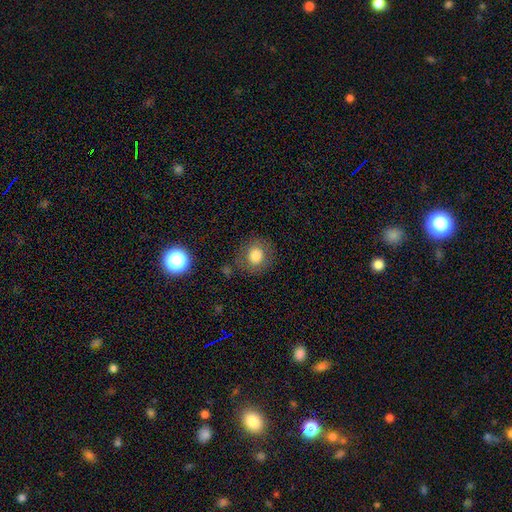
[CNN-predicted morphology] type=smooth (79%); roundness=round (81%); merging=none (80%).